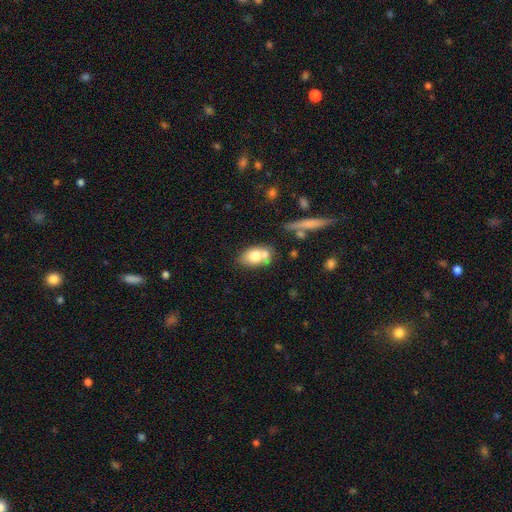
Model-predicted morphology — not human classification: Q: Smooth or featured?
A: smooth (72%); runner-up: featured or disk (20%)
Q: How rounded?
A: in between (80%); runner-up: round (17%)
Q: Merging?
A: merger (42%); runner-up: none (39%)